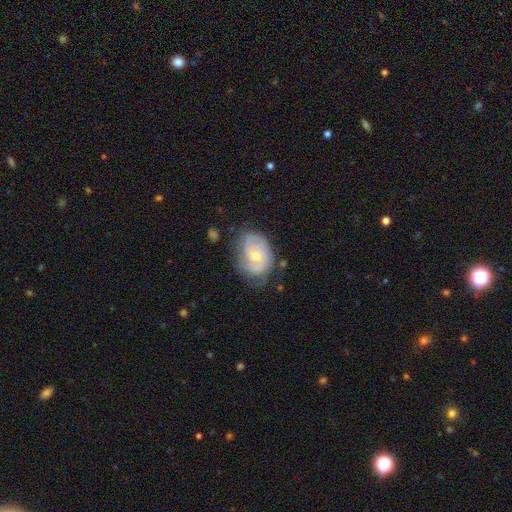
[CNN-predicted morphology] Smooth or featured?
  - featured or disk: 72% *
  - smooth: 21%
  - star or artifact: 7%
Edge-on disk?
  - no: 96% *
  - yes: 4%
Bar?
  - no: 71% *
  - weak: 25%
  - strong: 5%
Spiral arms?
  - yes: 85% *
  - no: 15%
Spiral winding?
  - tight: 58% *
  - medium: 30%
  - loose: 12%
Spiral arm count?
  - can't tell: 39% *
  - 2: 31%
  - 3: 17%
  - 1: 6%
  - 4: 5%
  - more than 4: 3%
Bulge size?
  - moderate: 54% *
  - small: 43%
  - large: 2%
  - none: 1%
  - dominant: 1%
Merging?
  - none: 61% *
  - minor disturbance: 27%
  - major disturbance: 10%
  - merger: 2%